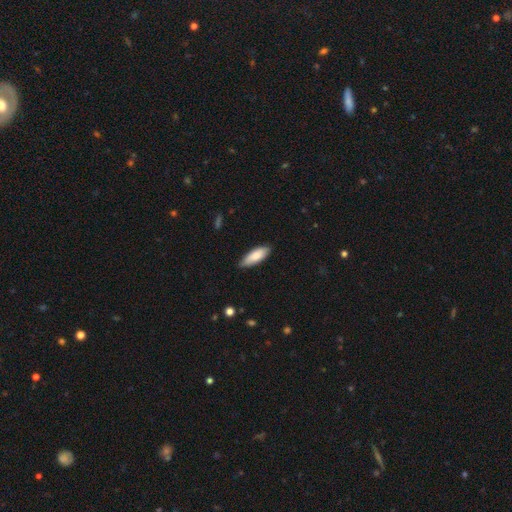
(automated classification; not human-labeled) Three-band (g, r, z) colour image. It shows a smooth galaxy with no disk features (83%) that is in between round and cigar-shaped (66%). Merging: none (82%).